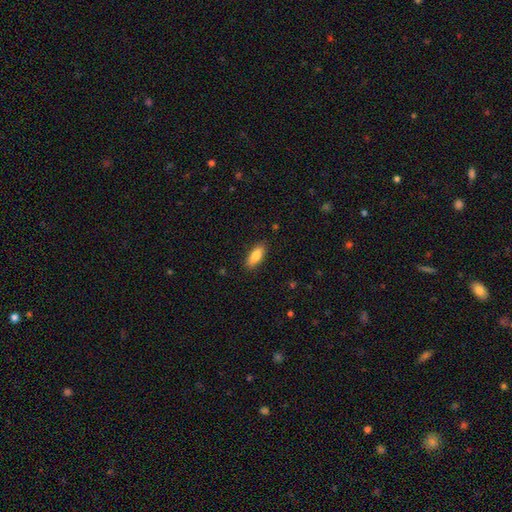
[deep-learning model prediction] A smooth galaxy with no disk features (82%) that is in between round and cigar-shaped (77%). Merging: none (87%).